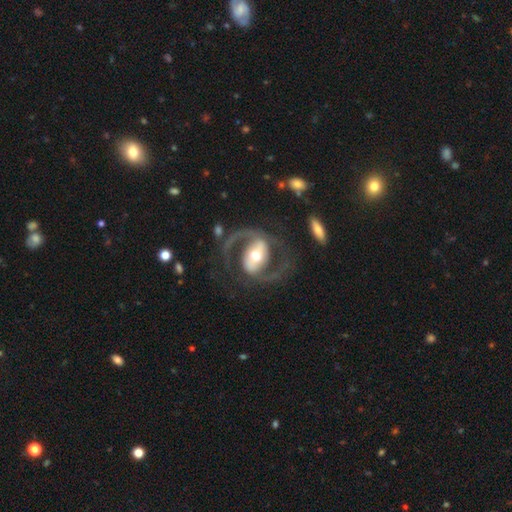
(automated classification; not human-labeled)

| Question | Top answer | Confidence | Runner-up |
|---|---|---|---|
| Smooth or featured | featured or disk | 88% | smooth (8%) |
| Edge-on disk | no | 97% | yes (3%) |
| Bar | strong | 47% | weak (31%) |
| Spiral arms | yes | 93% | no (7%) |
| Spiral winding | medium | 57% | loose (29%) |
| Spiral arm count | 2 | 92% | 1 (3%) |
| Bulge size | moderate | 66% | large (17%) |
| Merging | none | 73% | major disturbance (13%) |